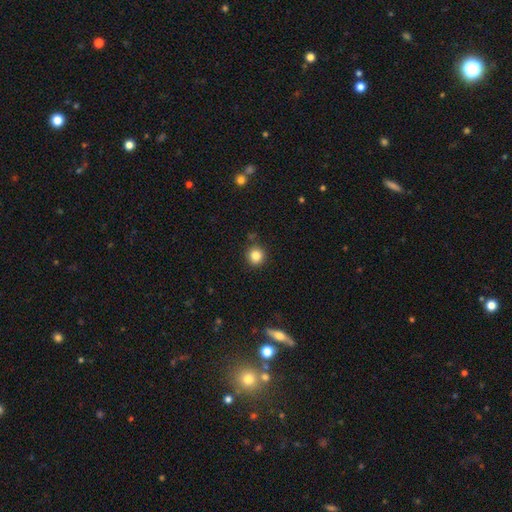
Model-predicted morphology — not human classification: This appears to be a smooth galaxy with no disk features (83%) that is round (93%). Merging: none (87%).